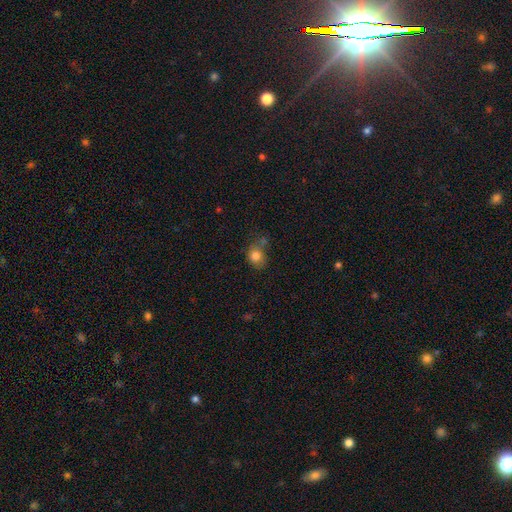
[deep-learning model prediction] smooth-or-featured: smooth: 81% | star or artifact: 11% | featured or disk: 8%
  how-rounded: round: 67% | in between: 32% | cigar-shaped: 1%
  merging: none: 51% | minor disturbance: 25% | merger: 14% | major disturbance: 10%